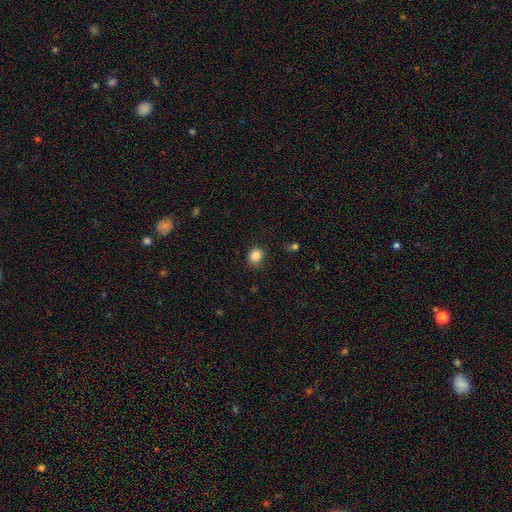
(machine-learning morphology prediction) smooth_or_featured: smooth (p=0.85) [alt: star or artifact p=0.11]
how_rounded: round (p=0.75) [alt: in between p=0.25]
merging: none (p=0.82) [alt: minor disturbance p=0.13]